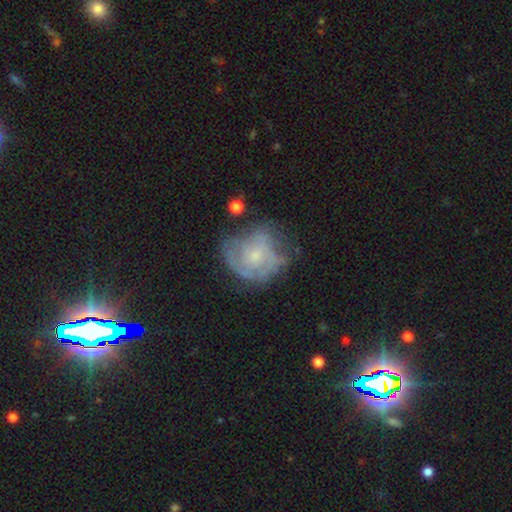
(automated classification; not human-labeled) smooth-or-featured: featured or disk: 63% | smooth: 28% | star or artifact: 9%
  disk-edge-on: no: 98% | yes: 2%
    bar: no: 77% | weak: 20% | strong: 3%
    has-spiral-arms: yes: 65% | no: 35%
    bulge-size: small: 59% | moderate: 30% | none: 8% | large: 2% | dominant: 1%
  merging: none: 51% | minor disturbance: 27% | major disturbance: 19% | merger: 3%